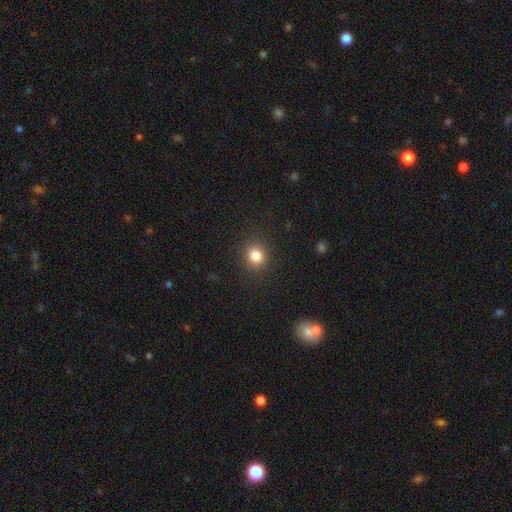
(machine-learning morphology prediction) A smooth galaxy with no disk features (83%) that is round (80%).

Vote fractions:
- Smooth or featured? smooth: 83% / star or artifact: 12% / featured or disk: 5%
- How rounded? round: 80% / in between: 19% / cigar-shaped: 1%
- Merging? none: 89% / minor disturbance: 7% / major disturbance: 3% / merger: 1%